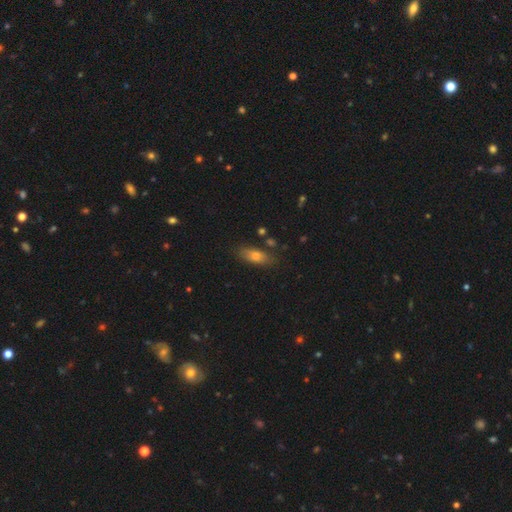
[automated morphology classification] Smooth or featured? Predicted: smooth (p=0.69). How rounded? Predicted: in between (p=0.69). Merging? Predicted: none (p=0.81).